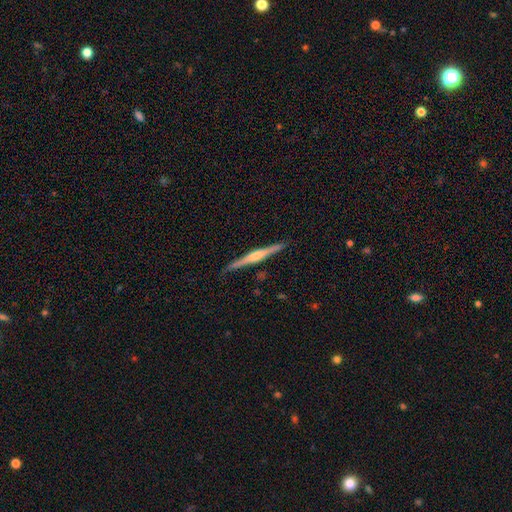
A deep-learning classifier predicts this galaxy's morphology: A featured or disk galaxy (73%) viewed edge-on (98%) with a rounded central bulge (66%). Merging: none (89%).